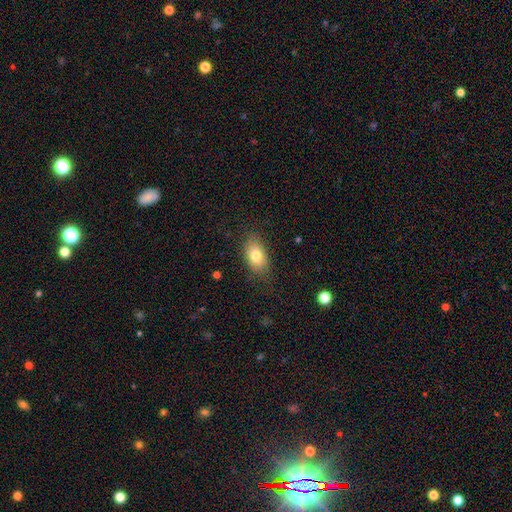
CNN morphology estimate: The model was most divided on "merging": none: 80%, minor disturbance: 15%, major disturbance: 4%, merger: 1%. More confident: how rounded — in between (89%); smooth or featured — smooth (79%).